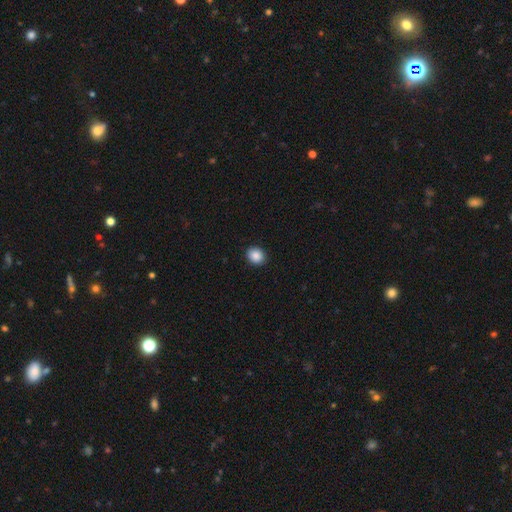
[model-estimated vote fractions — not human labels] Q: Smooth or featured?
A: smooth (88%); runner-up: star or artifact (9%)
Q: How rounded?
A: round (72%); runner-up: in between (27%)
Q: Merging?
A: none (92%); runner-up: minor disturbance (6%)